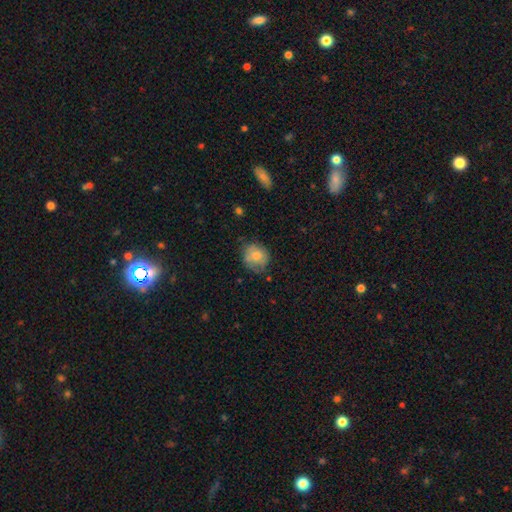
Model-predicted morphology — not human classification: Smooth or featured?
  - smooth: 74% *
  - featured or disk: 18%
  - star or artifact: 8%
How rounded?
  - round: 79% *
  - in between: 20%
  - cigar-shaped: 1%
Merging?
  - none: 67% *
  - minor disturbance: 24%
  - major disturbance: 6%
  - merger: 2%